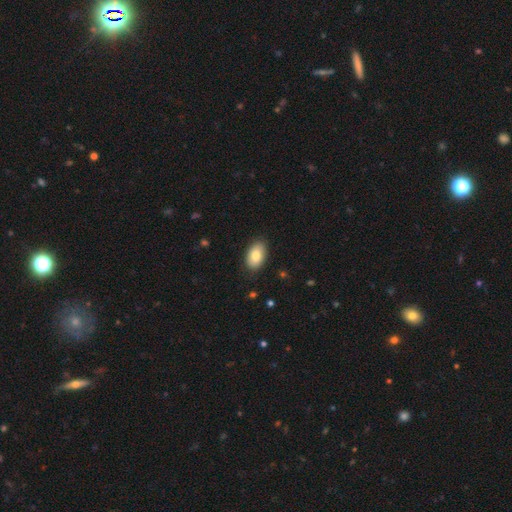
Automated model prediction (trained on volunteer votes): A smooth galaxy with no disk features (82%) that is in between round and cigar-shaped (92%).

Vote fractions:
- Smooth or featured? smooth: 82% / featured or disk: 11% / star or artifact: 7%
- How rounded? in between: 92% / round: 6% / cigar-shaped: 1%
- Merging? none: 86% / minor disturbance: 11% / major disturbance: 2% / merger: 1%